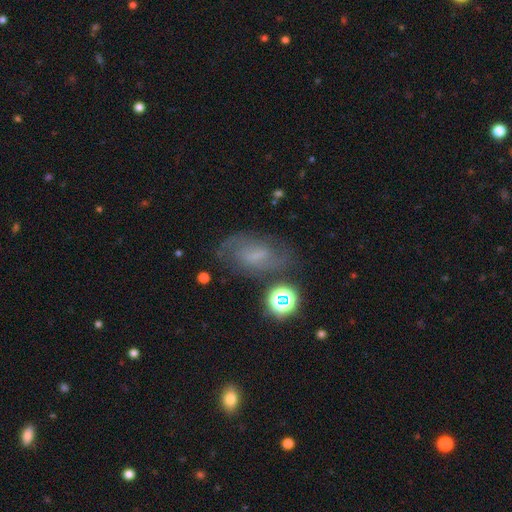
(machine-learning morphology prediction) Smooth or featured? Predicted: featured or disk (p=0.61). Edge-on disk? Predicted: no (p=0.95). Bar? Predicted: weak (p=0.52). Spiral arms? Predicted: yes (p=0.86). Bulge size? Predicted: small (p=0.44). Merging? Predicted: none (p=0.67).